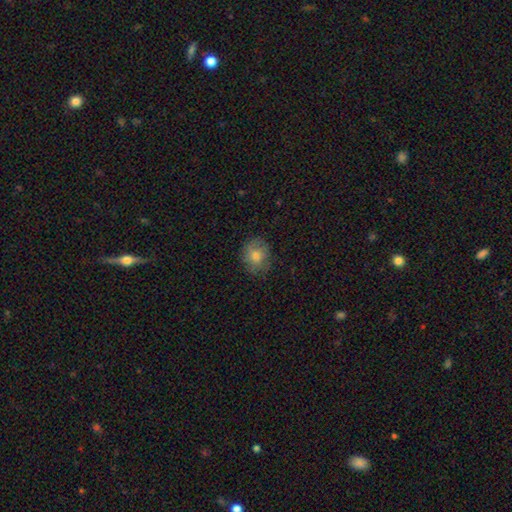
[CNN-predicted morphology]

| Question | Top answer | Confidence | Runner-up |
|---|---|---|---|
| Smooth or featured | smooth | 76% | featured or disk (14%) |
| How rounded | round | 69% | in between (30%) |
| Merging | none | 79% | minor disturbance (16%) |